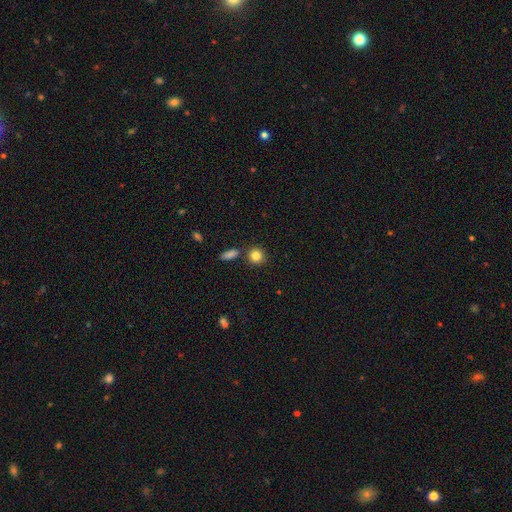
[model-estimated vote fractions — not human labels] Smooth or featured? Predicted: smooth (p=0.84). How rounded? Predicted: round (p=0.86). Merging? Predicted: none (p=0.79).